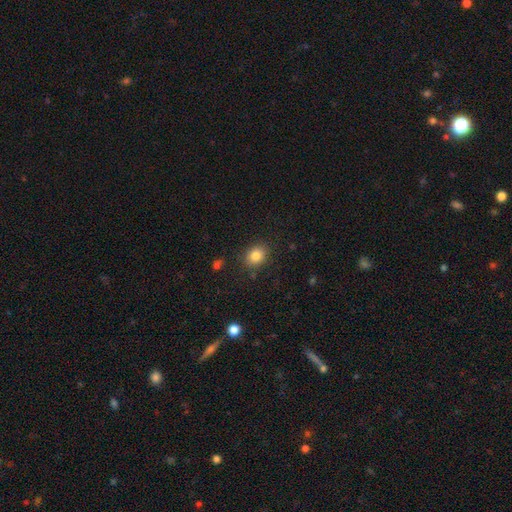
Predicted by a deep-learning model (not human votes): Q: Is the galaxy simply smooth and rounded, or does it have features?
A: smooth — 83%.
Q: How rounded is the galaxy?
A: round — 55%.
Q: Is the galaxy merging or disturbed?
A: none — 84%.